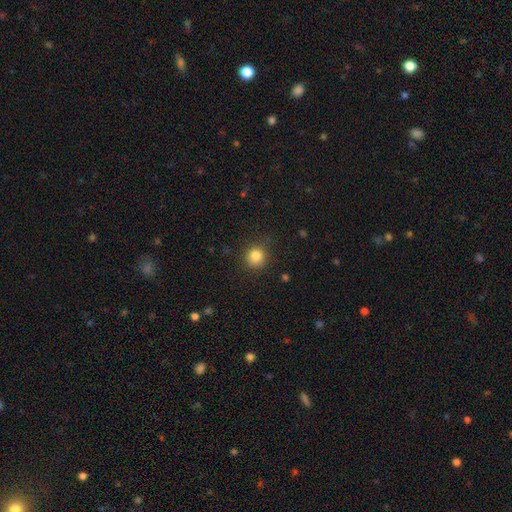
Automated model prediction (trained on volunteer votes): smooth 84%, star or artifact 11%, featured or disk 5%. Down the decision tree: how rounded — round (92%); merging — none (87%).